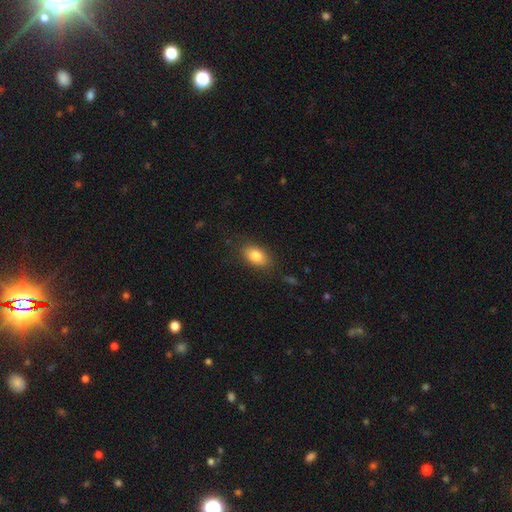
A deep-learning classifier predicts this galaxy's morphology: This appears to be a smooth galaxy with no disk features (83%) that is in between round and cigar-shaped (88%). Merging: none (82%).